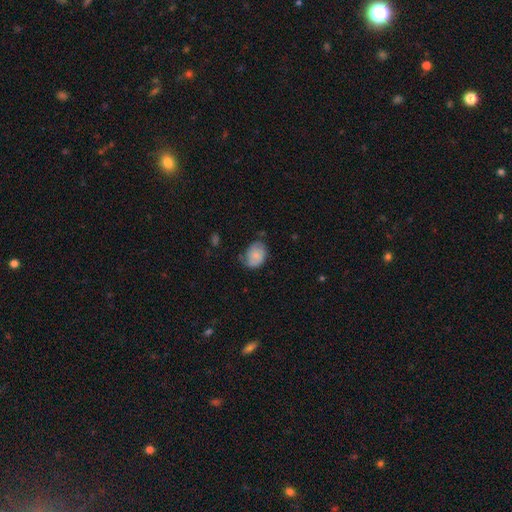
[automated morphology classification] smooth-or-featured: smooth: 72% | featured or disk: 20% | star or artifact: 7%
  how-rounded: in between: 66% | round: 33% | cigar-shaped: 1%
  merging: none: 55% | minor disturbance: 34% | major disturbance: 9% | merger: 2%